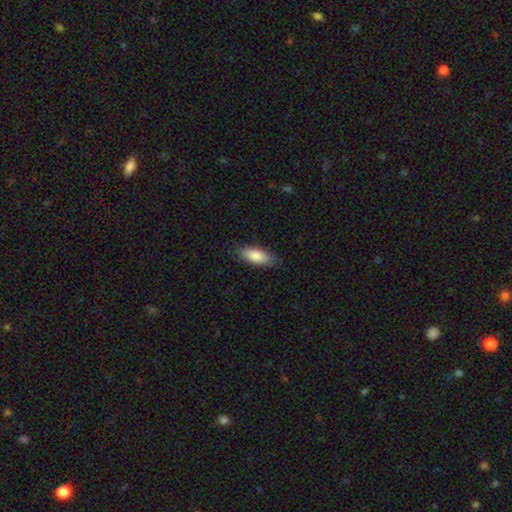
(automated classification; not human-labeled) Morphology: type=smooth (82%); roundness=in between (75%); merging=none (85%).